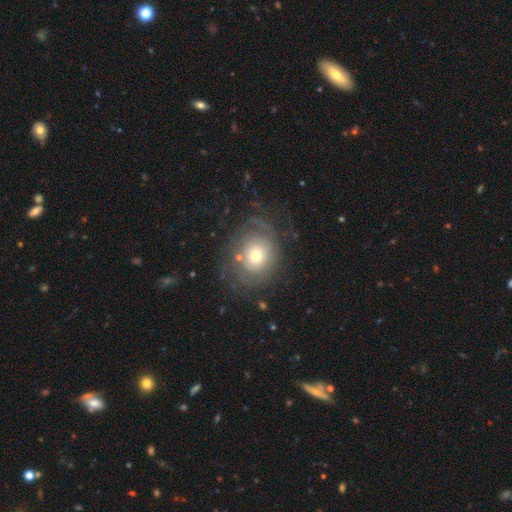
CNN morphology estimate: A featured or disk galaxy (57%) with no bar (86%), spiral arms (65%) and a moderate central bulge (56%). Merging: none (64%).